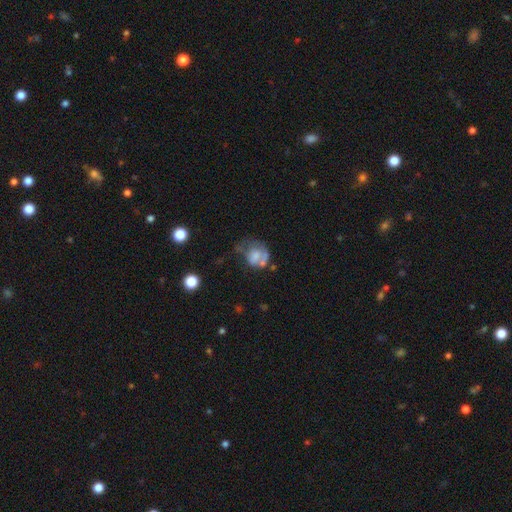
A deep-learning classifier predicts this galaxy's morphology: This is possibly a smooth galaxy (52%). How rounded: likely round (60%). Merging: marginally major disturbance (36%).